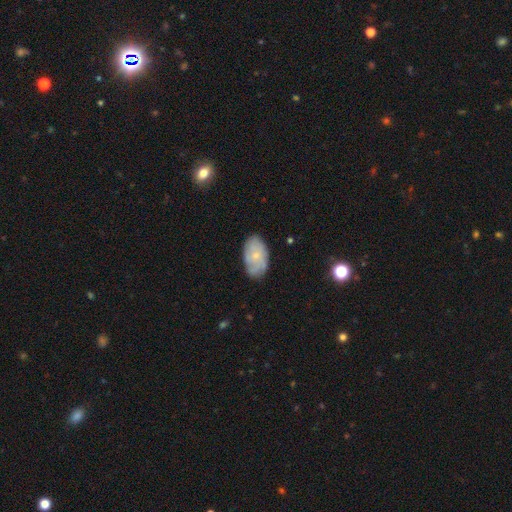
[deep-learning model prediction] The model was most divided on "smooth or featured": smooth: 54%, featured or disk: 39%, star or artifact: 7%. More confident: how rounded — in between (93%); merging — none (74%).